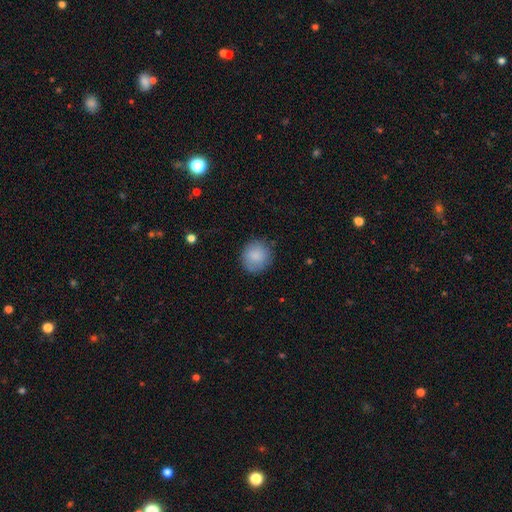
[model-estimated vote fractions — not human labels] This appears to be a smooth galaxy with no disk features (87%) that is round (91%). Merging: none (84%).